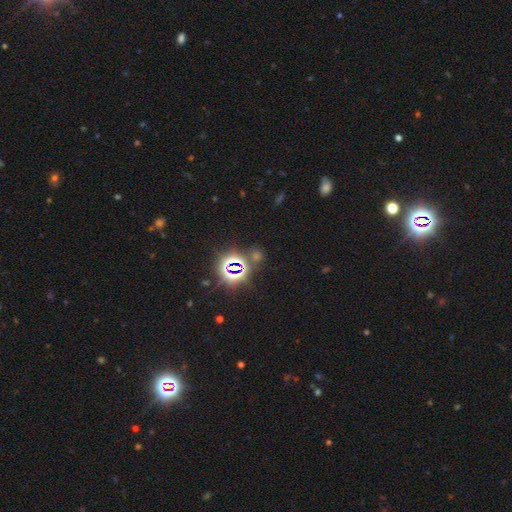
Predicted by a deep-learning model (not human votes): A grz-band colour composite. It shows a star or artifact, not a galaxy (72%).